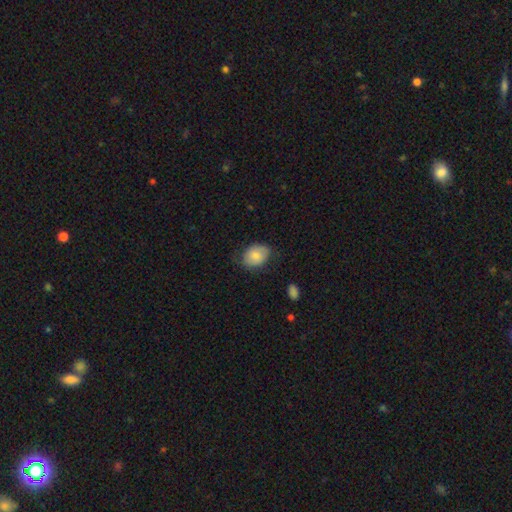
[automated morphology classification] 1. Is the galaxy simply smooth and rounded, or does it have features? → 76% smooth, 17% featured or disk, 7% star or artifact.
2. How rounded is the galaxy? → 64% in between, 36% round, 1% cigar-shaped.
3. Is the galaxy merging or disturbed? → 63% none, 27% minor disturbance, 8% major disturbance, 1% merger.